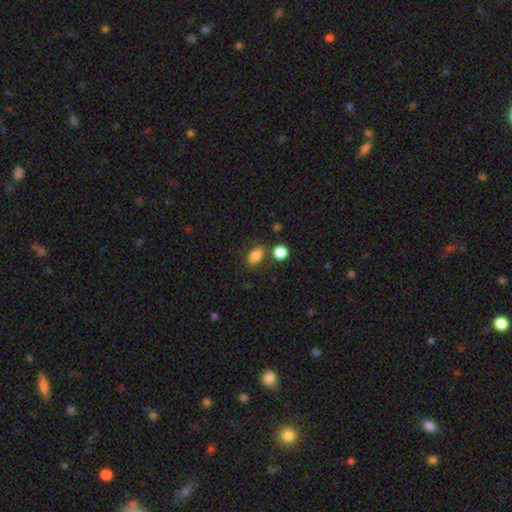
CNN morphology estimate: This is clearly a smooth galaxy (83%). How rounded: likely in between (79%). Merging: likely none (70%).